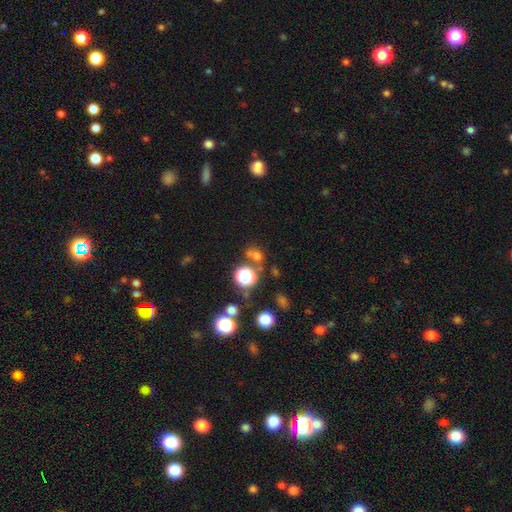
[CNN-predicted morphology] type=smooth (59%); roundness=round (73%); merging=none (59%).